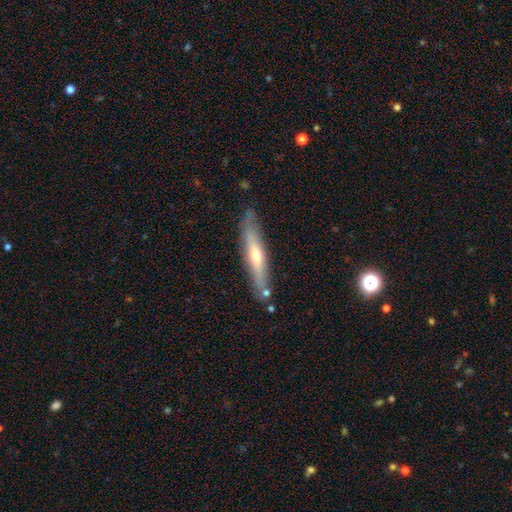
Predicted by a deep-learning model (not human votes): Q: Smooth or featured?
A: featured or disk (52%); runner-up: smooth (42%)
Q: Edge-on disk?
A: yes (82%); runner-up: no (18%)
Q: Merging?
A: none (77%); runner-up: minor disturbance (15%)